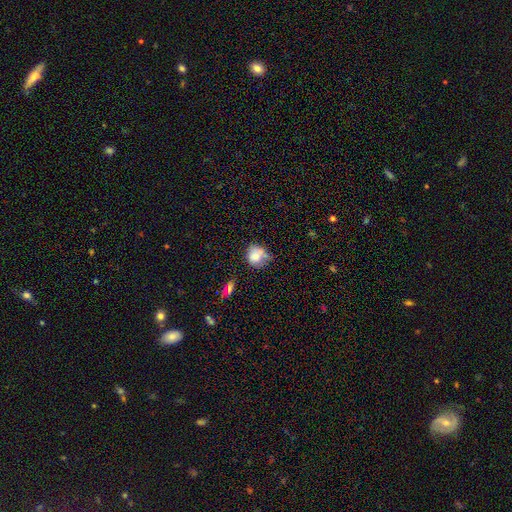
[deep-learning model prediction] A smooth galaxy with no disk features (75%) that is round (75%). Merging: none (44%).